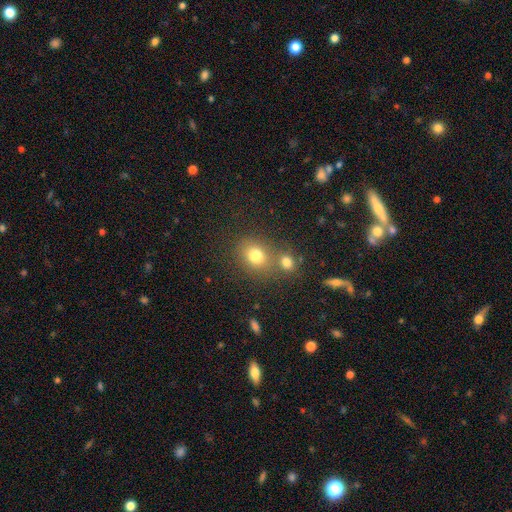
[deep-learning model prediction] This is likely a smooth galaxy (77%). How rounded: likely round (63%). Merging: possibly none (52%).